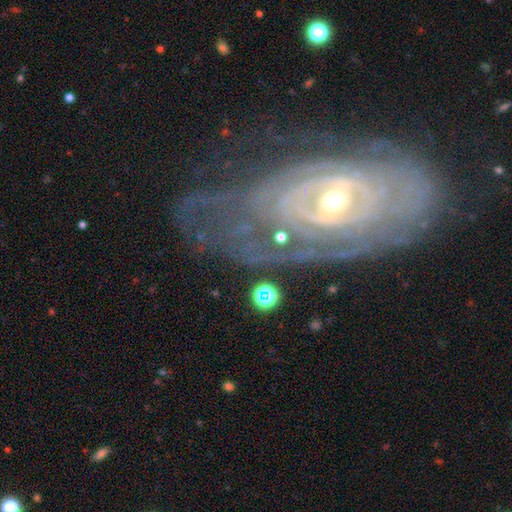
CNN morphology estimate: This appears to be a featured or disk galaxy (84%) with no bar (53%), tight (78%) spiral arms (83%) and a small central bulge (56%). Merging: none (57%).